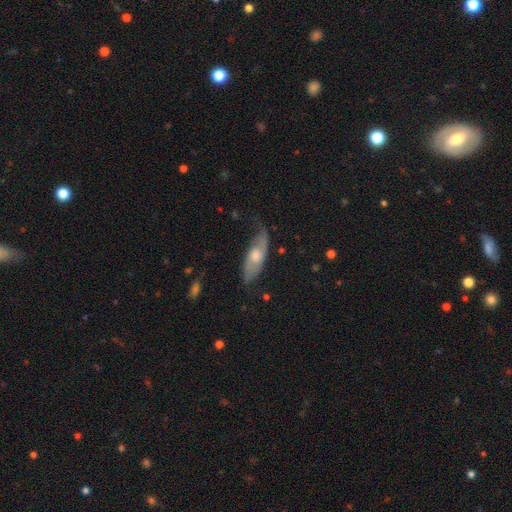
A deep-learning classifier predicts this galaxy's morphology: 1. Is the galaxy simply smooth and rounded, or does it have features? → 60% featured or disk, 33% smooth, 6% star or artifact.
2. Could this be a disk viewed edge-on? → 77% no, 23% yes.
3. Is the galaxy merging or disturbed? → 56% none, 29% minor disturbance, 13% major disturbance, 2% merger.